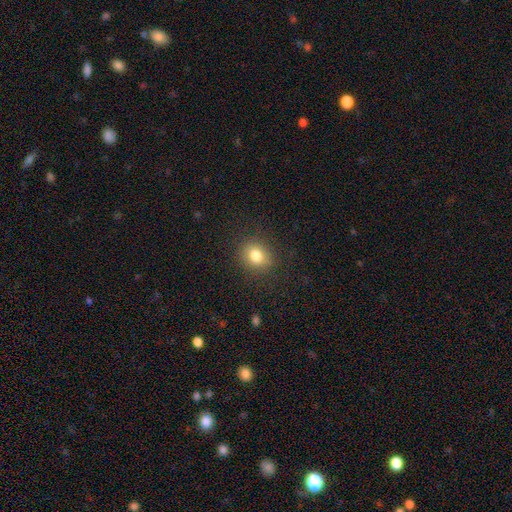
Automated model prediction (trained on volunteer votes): Overall: smooth (81%). How rounded: round (66%; in between 33%). Merging: none (87%).